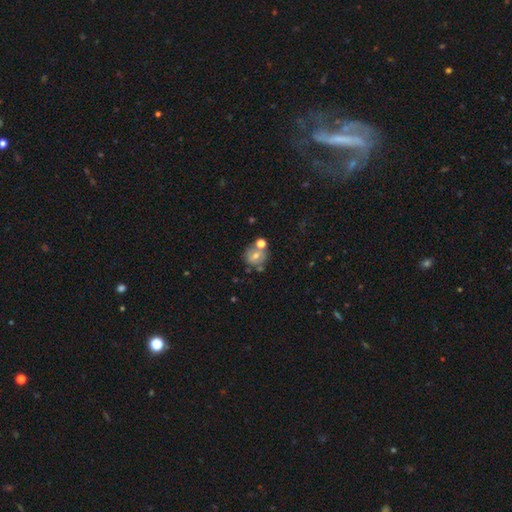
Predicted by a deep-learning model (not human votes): This is possibly a smooth galaxy (55%). How rounded: likely round (80%). Merging: possibly none (56%).